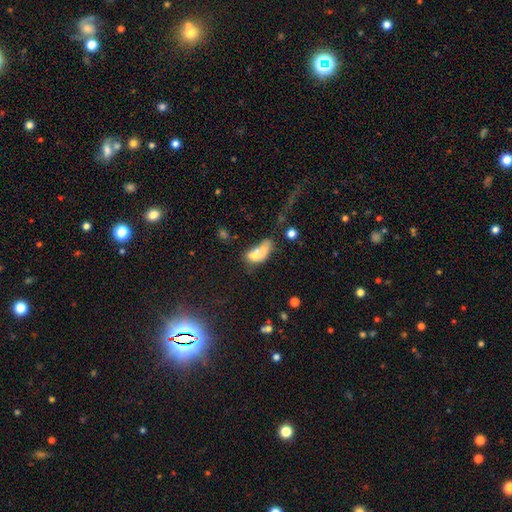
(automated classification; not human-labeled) Q: Smooth or featured?
A: smooth (57%); runner-up: featured or disk (29%)
Q: How rounded?
A: in between (75%); runner-up: round (19%)
Q: Merging?
A: merger (60%); runner-up: none (16%)